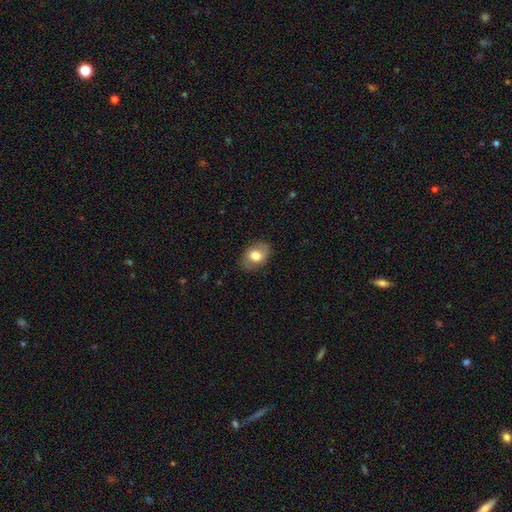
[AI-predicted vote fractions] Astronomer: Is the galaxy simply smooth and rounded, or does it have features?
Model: smooth — 67%.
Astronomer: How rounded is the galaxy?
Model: in between — 74%.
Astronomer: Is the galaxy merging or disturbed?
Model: none — 79%.